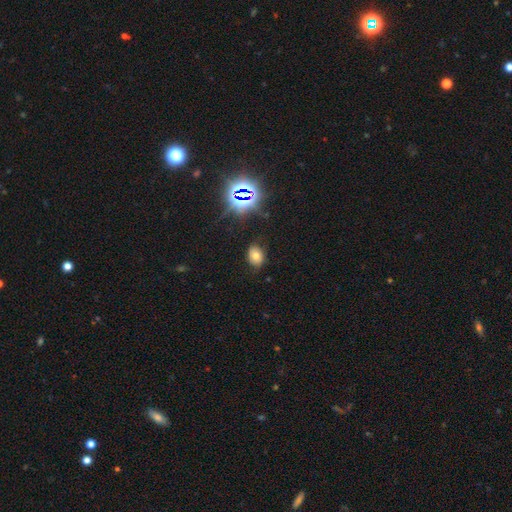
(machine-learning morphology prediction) Overall: smooth (62%; star or artifact 23%). How rounded: in between (71%). Merging: none (80%).